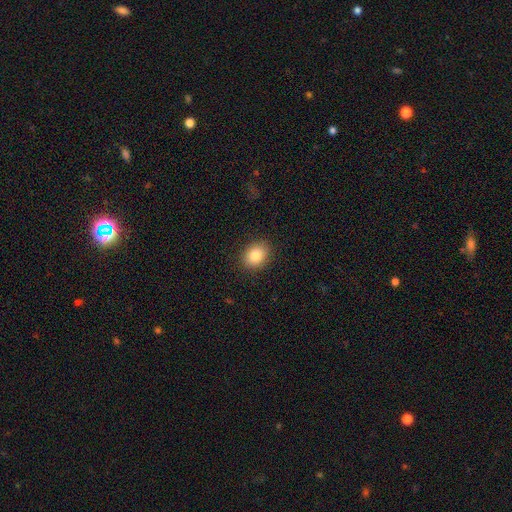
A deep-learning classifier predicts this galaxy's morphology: Smooth or featured: smooth — 83% (star or artifact — 9%)
How rounded: round — 51% (in between — 48%)
Merging: none — 89% (minor disturbance — 8%)